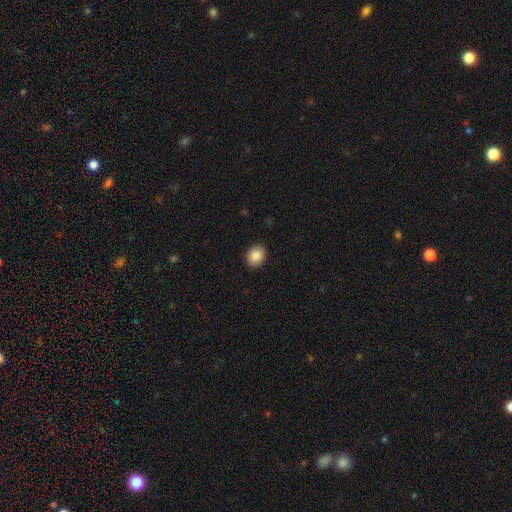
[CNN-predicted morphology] smooth 88%, star or artifact 8%, featured or disk 4%. Down the decision tree: how rounded — round (57%); merging — none (90%).